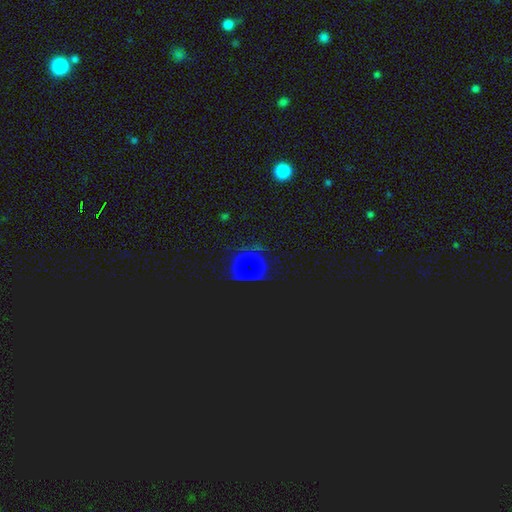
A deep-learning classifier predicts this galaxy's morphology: Smooth or featured? star or artifact (59%)